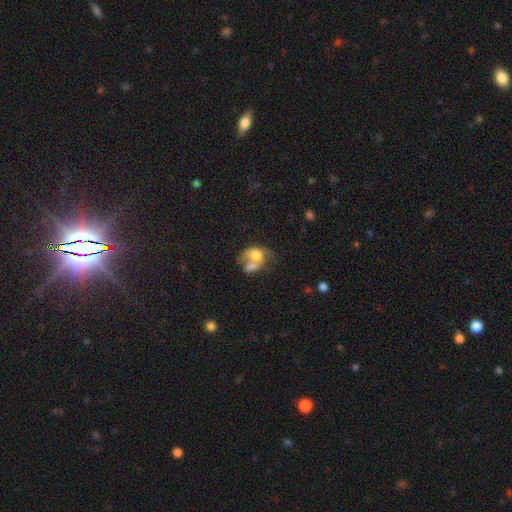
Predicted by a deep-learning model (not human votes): Smooth or featured? Predicted: smooth (p=0.58). How rounded? Predicted: in between (p=0.65). Merging? Predicted: merger (p=0.67).